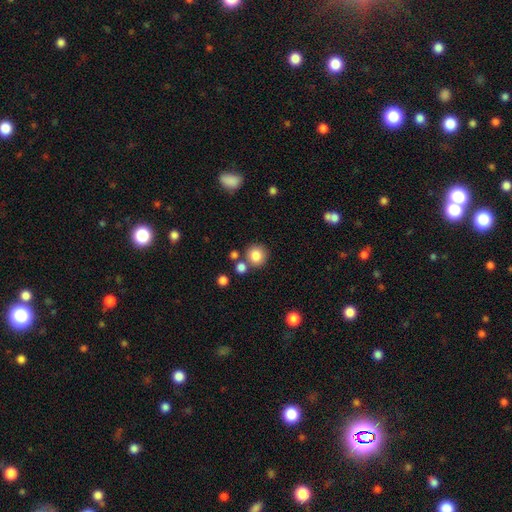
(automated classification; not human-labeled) Smooth or featured: smooth — 83% (star or artifact — 10%)
How rounded: round — 91% (in between — 8%)
Merging: none — 74% (merger — 14%)